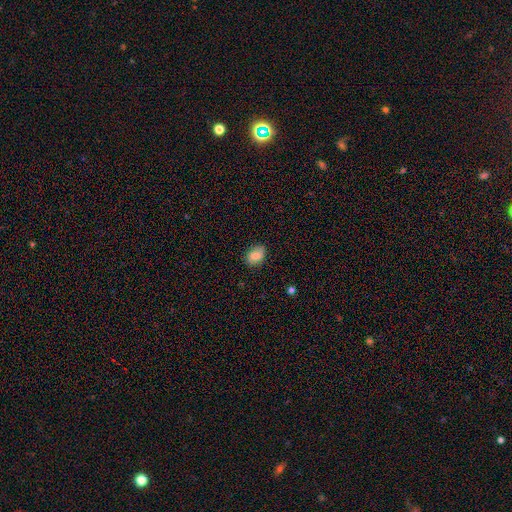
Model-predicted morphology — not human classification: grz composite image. It shows a smooth galaxy with no disk features (76%) that is in between round and cigar-shaped (72%). Merging: none (74%).